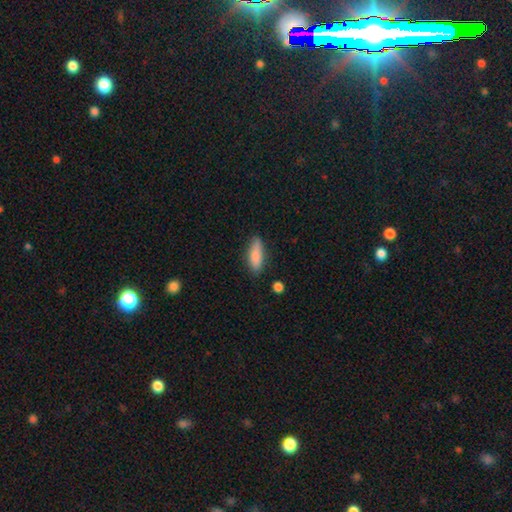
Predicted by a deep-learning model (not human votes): A smooth galaxy with no disk features (84%) that is in between round and cigar-shaped (52%). Merging: none (78%).